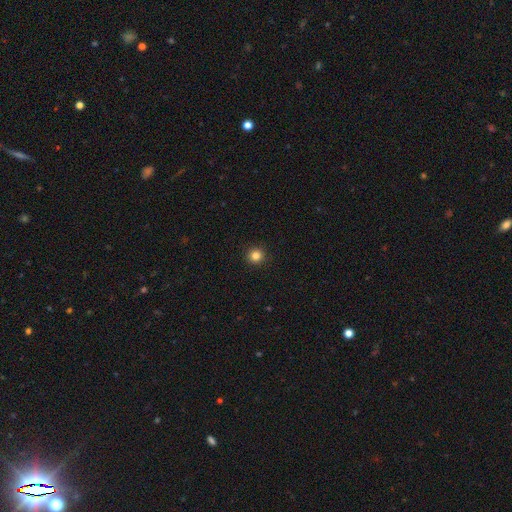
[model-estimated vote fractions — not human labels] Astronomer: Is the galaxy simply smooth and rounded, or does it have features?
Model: smooth — 83%.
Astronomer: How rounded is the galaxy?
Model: round — 95%.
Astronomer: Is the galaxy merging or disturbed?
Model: none — 93%.